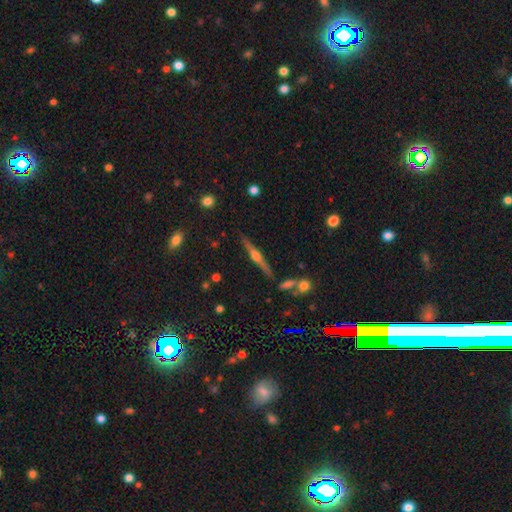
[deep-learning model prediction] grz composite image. It shows a featured or disk galaxy (75%) viewed edge-on (98%) with a rounded central bulge (90%). Merging: none (87%).